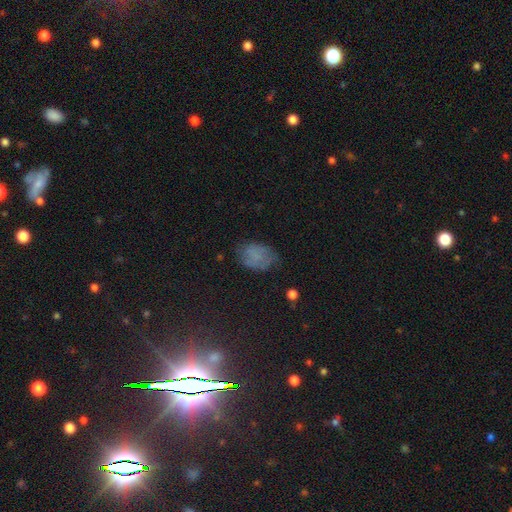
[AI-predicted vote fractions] smooth_or_featured: smooth (p=0.63) [alt: featured or disk p=0.21]
how_rounded: in between (p=0.83) [alt: round p=0.16]
merging: none (p=0.59) [alt: minor disturbance p=0.28]